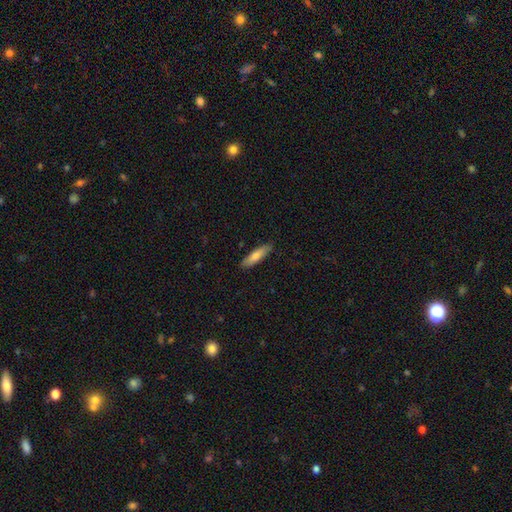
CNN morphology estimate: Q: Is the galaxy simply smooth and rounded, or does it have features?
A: smooth — 73%.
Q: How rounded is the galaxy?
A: cigar-shaped — 66%.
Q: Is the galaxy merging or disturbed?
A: none — 87%.